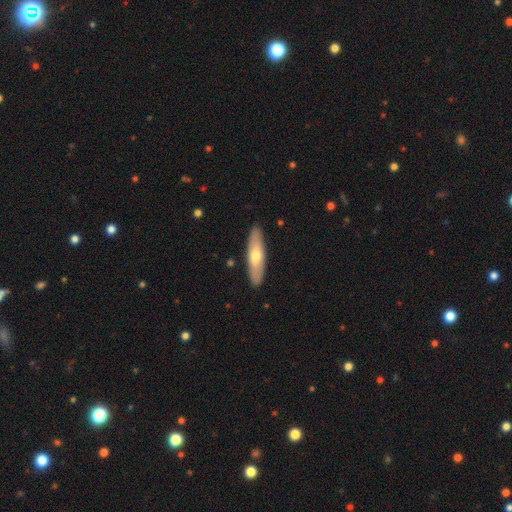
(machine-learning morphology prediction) Smooth or featured: smooth — 55% (featured or disk — 40%)
How rounded: cigar-shaped — 69% (in between — 30%)
Merging: none — 90% (minor disturbance — 8%)